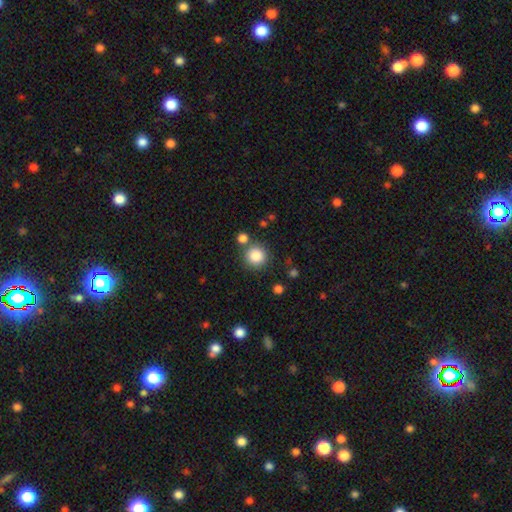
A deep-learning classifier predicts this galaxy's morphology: A smooth galaxy with no disk features (85%) that is round (93%).

Vote fractions:
- Smooth or featured? smooth: 85% / star or artifact: 10% / featured or disk: 5%
- How rounded? round: 93% / in between: 6% / cigar-shaped: 1%
- Merging? none: 79% / merger: 10% / minor disturbance: 8% / major disturbance: 3%